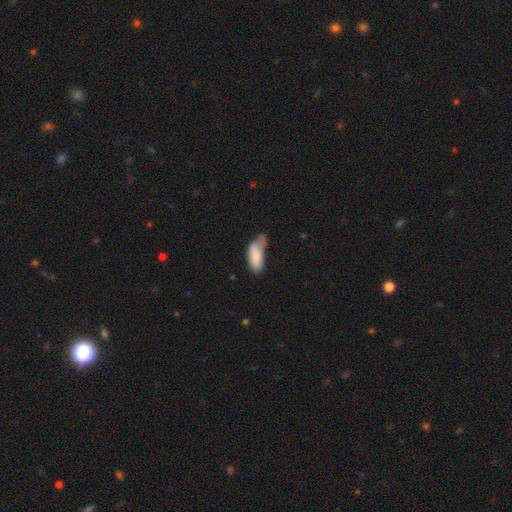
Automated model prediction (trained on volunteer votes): This appears to be a smooth galaxy with no disk features (81%) that is in between round and cigar-shaped (83%). Merging: minor disturbance (39%).